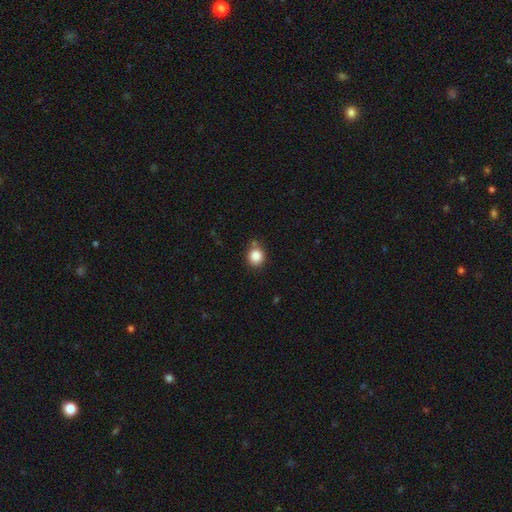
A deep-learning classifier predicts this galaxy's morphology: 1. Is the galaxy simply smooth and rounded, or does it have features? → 86% smooth, 10% star or artifact, 4% featured or disk.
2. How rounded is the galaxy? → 85% round, 14% in between, 1% cigar-shaped.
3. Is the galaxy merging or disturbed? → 73% none, 15% minor disturbance, 8% merger, 4% major disturbance.